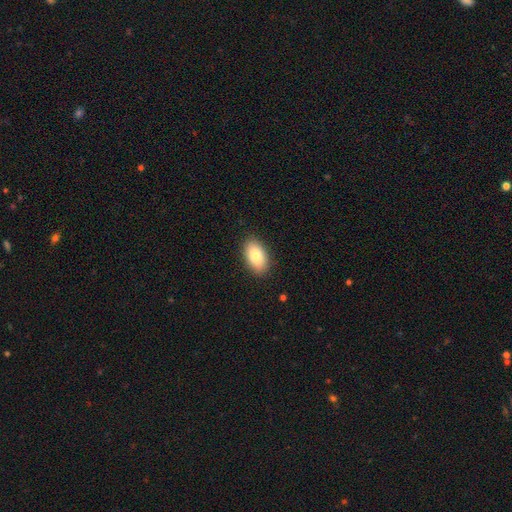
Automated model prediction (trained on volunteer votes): smooth-or-featured: smooth: 81% | featured or disk: 12% | star or artifact: 7%
  how-rounded: in between: 93% | round: 5% | cigar-shaped: 2%
  merging: none: 88% | minor disturbance: 9% | major disturbance: 2% | merger: 1%